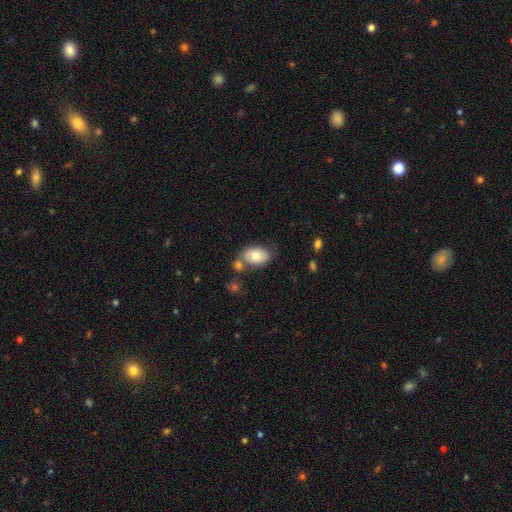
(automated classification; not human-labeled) This appears to be a smooth galaxy with no disk features (76%) that is in between round and cigar-shaped (88%). Merging: none (59%).